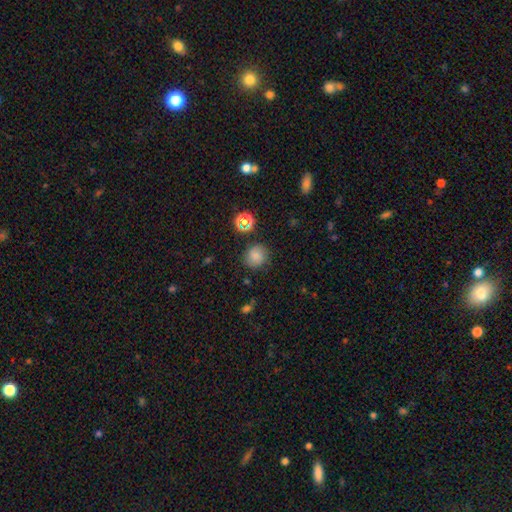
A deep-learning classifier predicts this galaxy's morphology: The model was most divided on "smooth or featured": smooth: 77%, star or artifact: 15%, featured or disk: 8%. More confident: how rounded — round (87%); merging — none (82%).